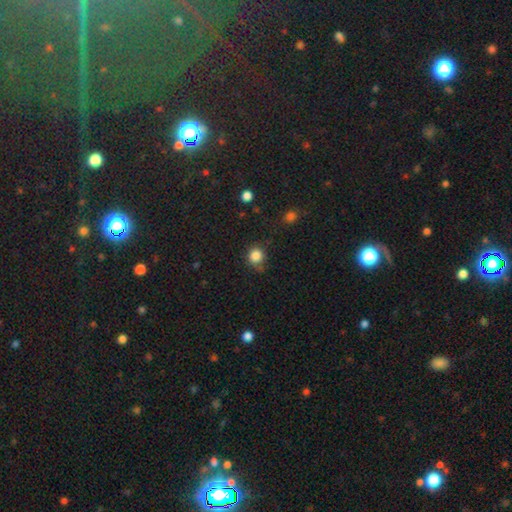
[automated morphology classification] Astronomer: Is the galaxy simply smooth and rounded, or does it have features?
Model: smooth — 85%.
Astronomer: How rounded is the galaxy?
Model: round — 85%.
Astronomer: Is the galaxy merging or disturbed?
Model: none — 70%.